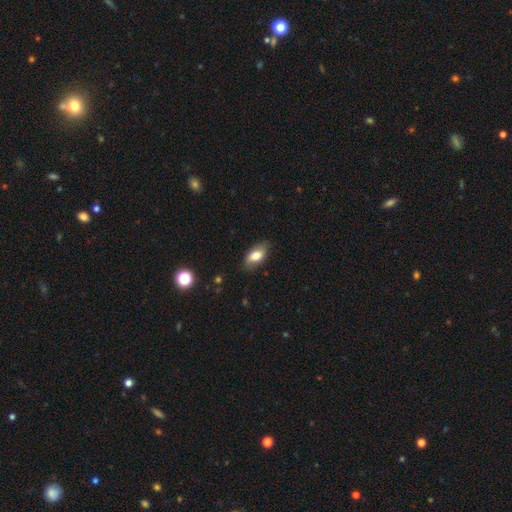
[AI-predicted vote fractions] A smooth galaxy with no disk features (75%) that is in between round and cigar-shaped (90%). Merging: none (81%).